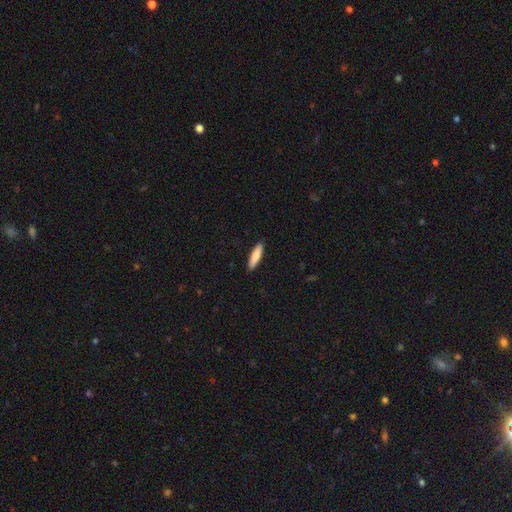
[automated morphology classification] Smooth or featured?
  - smooth: 80% *
  - featured or disk: 14%
  - star or artifact: 5%
How rounded?
  - cigar-shaped: 74% *
  - in between: 24%
  - round: 2%
Merging?
  - none: 91% *
  - minor disturbance: 7%
  - major disturbance: 1%
  - merger: 1%